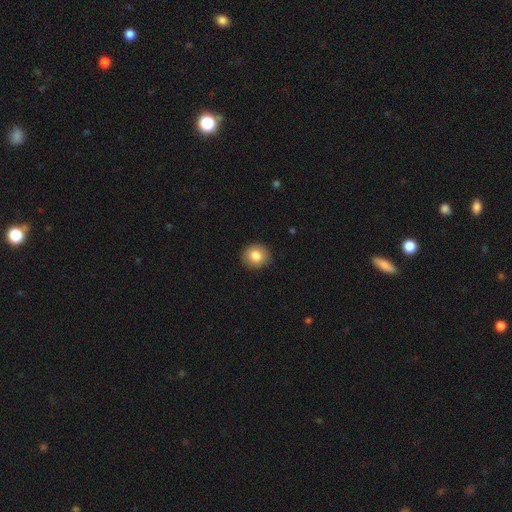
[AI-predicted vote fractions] This is clearly a smooth galaxy (84%). How rounded: clearly round (88%). Merging: clearly none (90%).